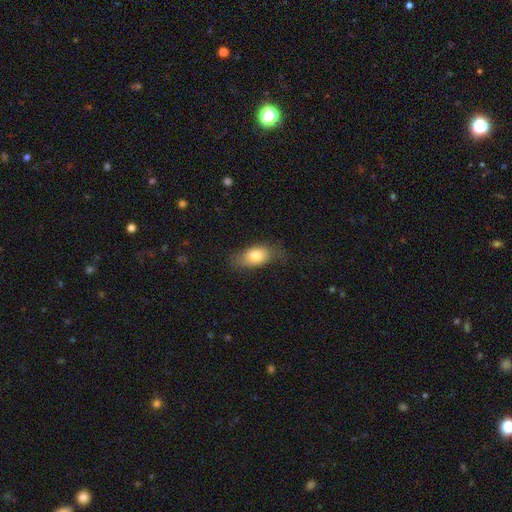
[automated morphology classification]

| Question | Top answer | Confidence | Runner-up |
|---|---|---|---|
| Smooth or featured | smooth | 77% | featured or disk (15%) |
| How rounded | in between | 86% | round (9%) |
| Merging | none | 65% | minor disturbance (25%) |